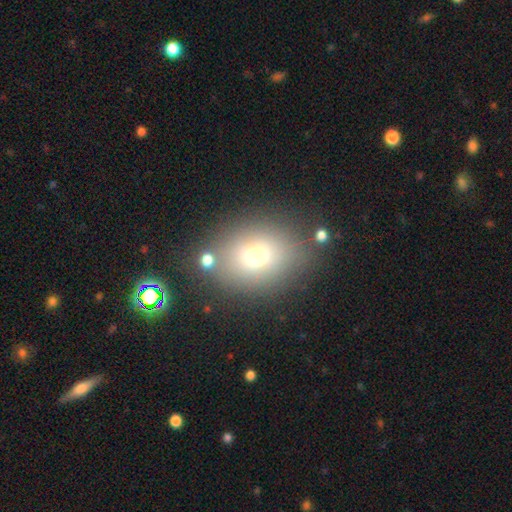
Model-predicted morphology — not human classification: smooth_or_featured: smooth (p=0.68) [alt: star or artifact p=0.17]
how_rounded: in between (p=0.52) [alt: round p=0.46]
merging: none (p=0.76) [alt: minor disturbance p=0.12]